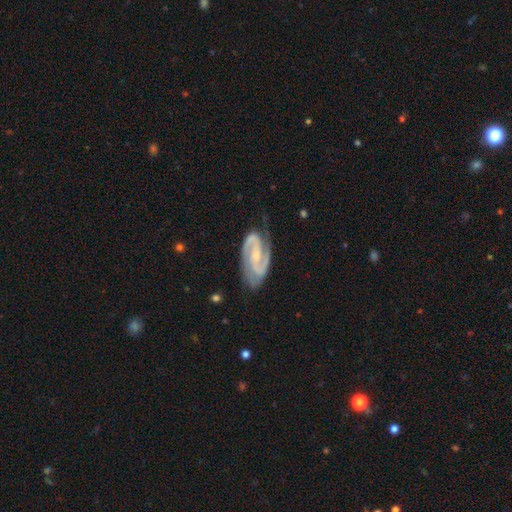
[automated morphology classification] This appears to be a featured or disk galaxy (91%) with a weak bar (44%), 2 (93%) medium (48%) spiral arms (98%) and a small central bulge (56%). Merging: none (77%).